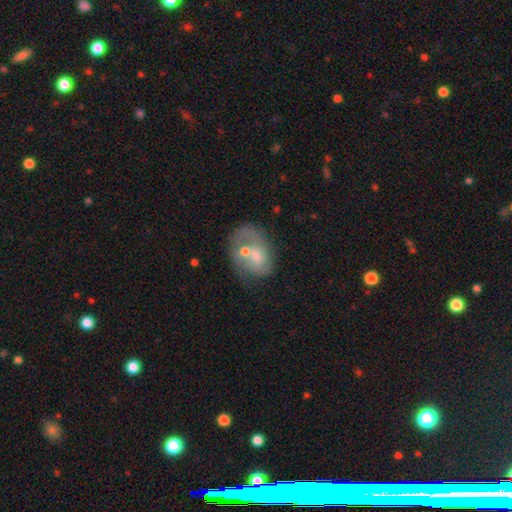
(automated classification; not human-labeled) Q: Smooth or featured?
A: featured or disk (51%); runner-up: smooth (40%)
Q: Edge-on disk?
A: no (97%); runner-up: yes (3%)
Q: Merging?
A: merger (34%); runner-up: none (32%)